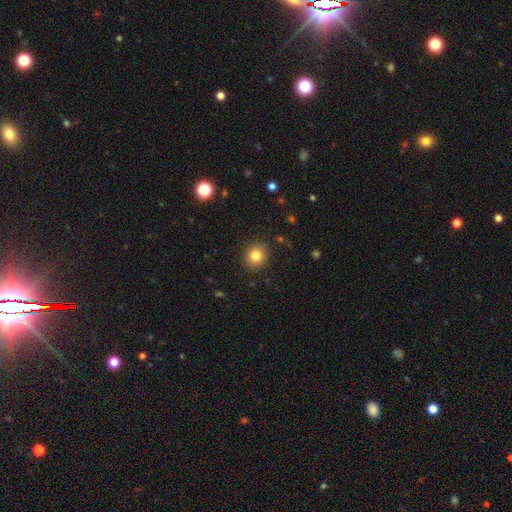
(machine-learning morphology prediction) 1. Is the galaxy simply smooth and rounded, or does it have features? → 82% smooth, 11% star or artifact, 7% featured or disk.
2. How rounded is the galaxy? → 85% round, 14% in between, 1% cigar-shaped.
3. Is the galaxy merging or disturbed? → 89% none, 7% minor disturbance, 2% major disturbance, 1% merger.